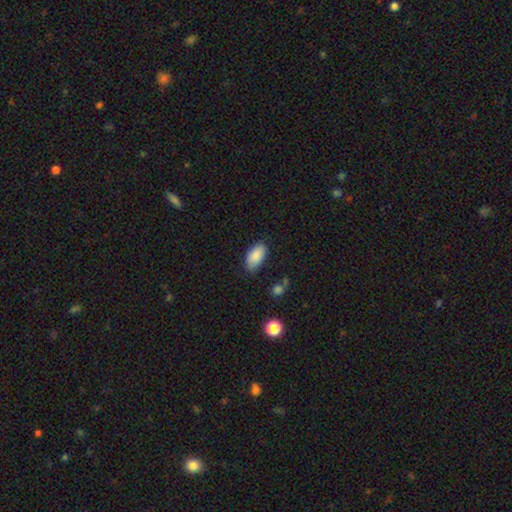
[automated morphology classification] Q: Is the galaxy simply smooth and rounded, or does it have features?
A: smooth — 87%.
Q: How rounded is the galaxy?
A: in between — 93%.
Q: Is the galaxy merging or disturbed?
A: none — 80%.